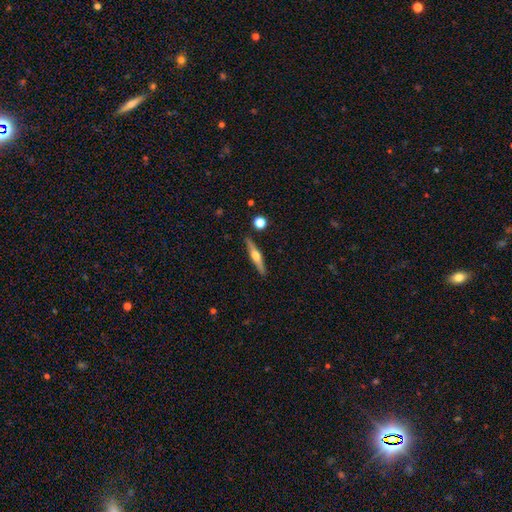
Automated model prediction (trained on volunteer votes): A featured or disk galaxy (62%) viewed edge-on (97%) with a rounded central bulge (92%).

Vote fractions:
- Smooth or featured? featured or disk: 62% / smooth: 32% / star or artifact: 6%
- Edge-on disk? yes: 97% / no: 3%
- Edge-on bulge? rounded: 92% / boxy: 4% / none: 4%
- Merging? none: 88% / minor disturbance: 8% / merger: 2% / major disturbance: 2%